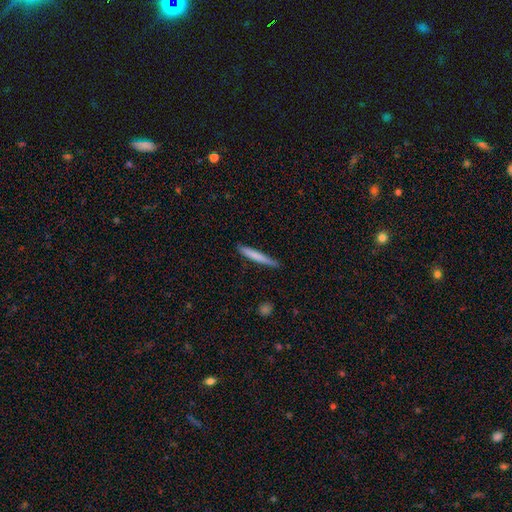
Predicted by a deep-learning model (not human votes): Smooth or featured?
  - smooth: 73% *
  - featured or disk: 22%
  - star or artifact: 5%
How rounded?
  - cigar-shaped: 96% *
  - in between: 3%
  - round: 1%
Merging?
  - none: 84% *
  - minor disturbance: 12%
  - major disturbance: 2%
  - merger: 1%